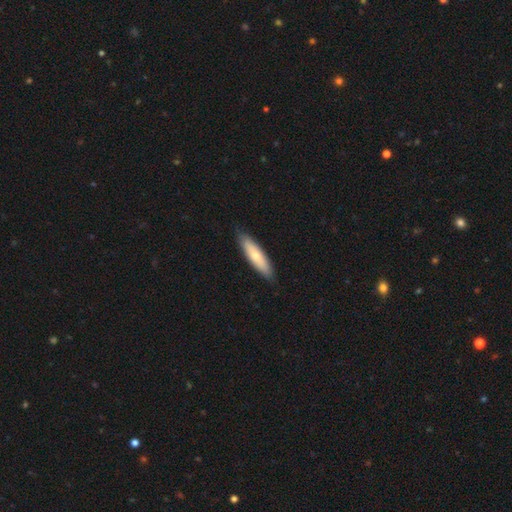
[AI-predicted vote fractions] This appears to be a smooth galaxy with no disk features (67%) that is cigar-shaped (70%). Merging: none (87%).